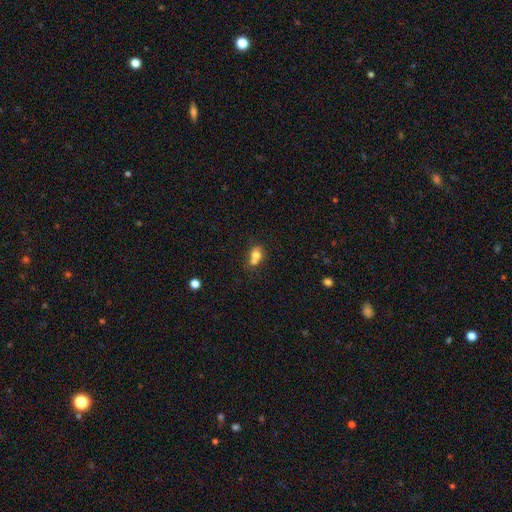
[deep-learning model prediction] Smooth or featured?
  - smooth: 72% *
  - featured or disk: 17%
  - star or artifact: 11%
How rounded?
  - round: 58% *
  - in between: 41%
  - cigar-shaped: 1%
Merging?
  - merger: 55% *
  - none: 31%
  - minor disturbance: 10%
  - major disturbance: 4%